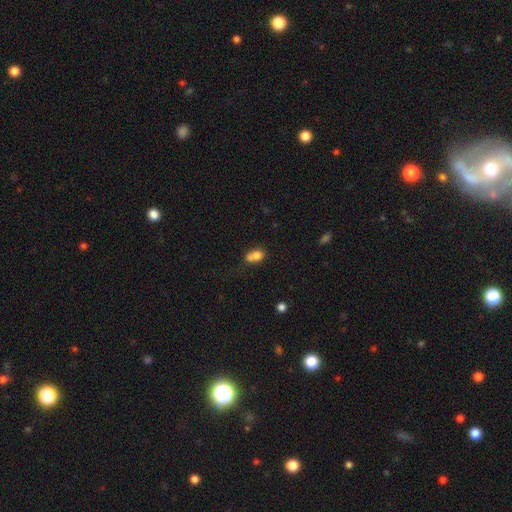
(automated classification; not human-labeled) The model was most divided on "merging": merger: 44%, none: 30%, minor disturbance: 18%, major disturbance: 8%. More confident: smooth or featured — smooth (75%); how rounded — in between (68%).